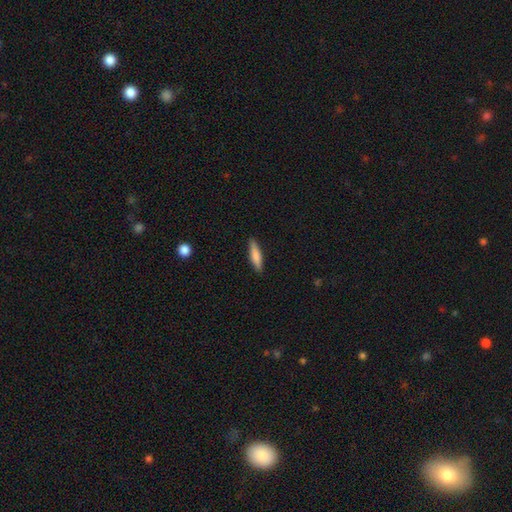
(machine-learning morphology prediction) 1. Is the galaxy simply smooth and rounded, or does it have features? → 77% smooth, 17% featured or disk, 6% star or artifact.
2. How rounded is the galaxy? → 76% cigar-shaped, 23% in between, 2% round.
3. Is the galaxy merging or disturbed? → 87% none, 10% minor disturbance, 2% major disturbance, 1% merger.